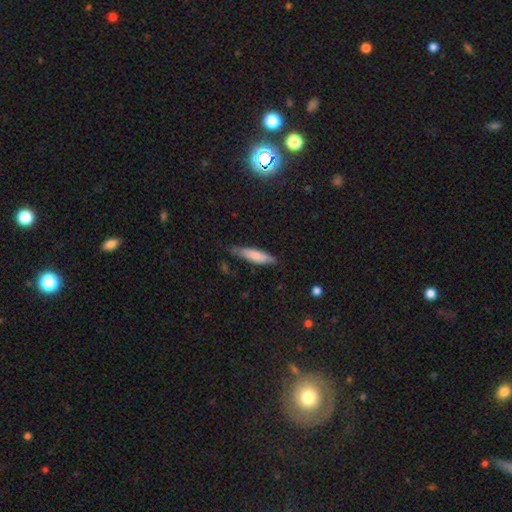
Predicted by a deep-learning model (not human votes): smooth 77%, featured or disk 17%, star or artifact 6%. Down the decision tree: how rounded — cigar-shaped (72%); merging — none (70%).